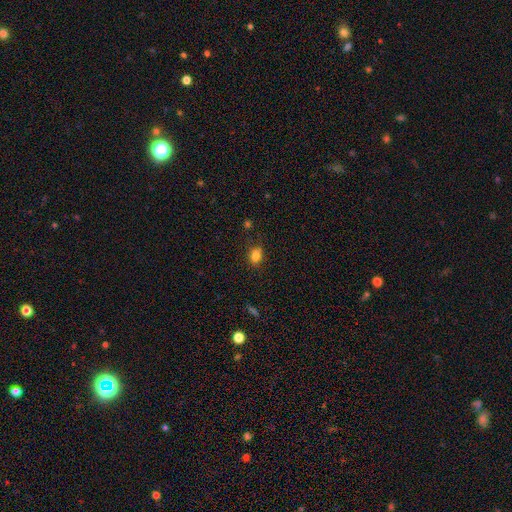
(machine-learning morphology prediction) Smooth or featured? smooth (82%)
How rounded? in between (66%)
Merging? none (74%)